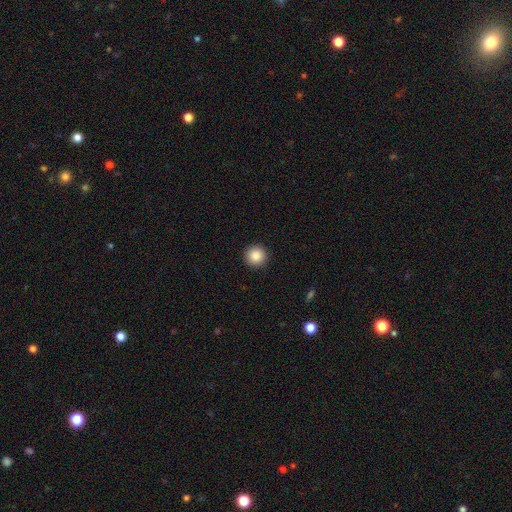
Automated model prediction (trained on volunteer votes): Smooth or featured? Predicted: smooth (p=0.86). How rounded? Predicted: round (p=0.96). Merging? Predicted: none (p=0.94).